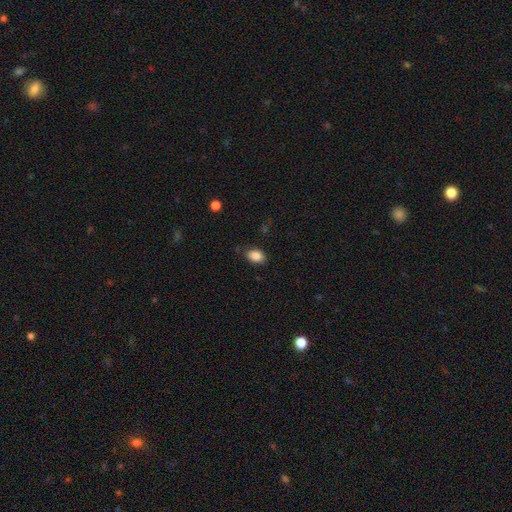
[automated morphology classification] This appears to be a smooth galaxy with no disk features (87%) that is in between round and cigar-shaped (81%). Merging: none (80%).